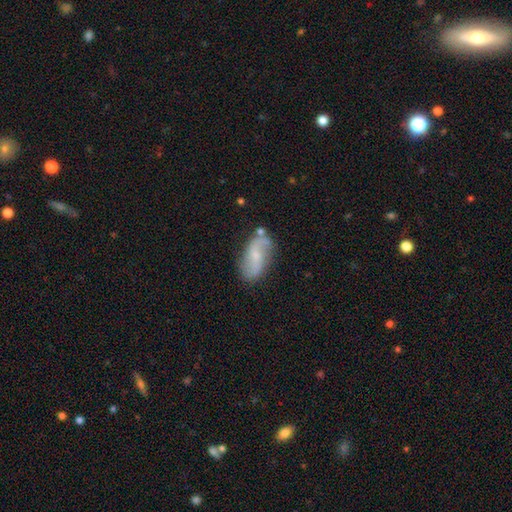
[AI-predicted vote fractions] This is likely a featured or disk galaxy (73%). It is clearly not viewed edge-on (96%). Bar: possibly no (50%). Spiral arm pattern: clearly yes (92%). Spiral arm count: clearly 2 (89%). Spiral winding: likely loose (63%). Central bulge: likely small (68%). Merging: likely none (71%).